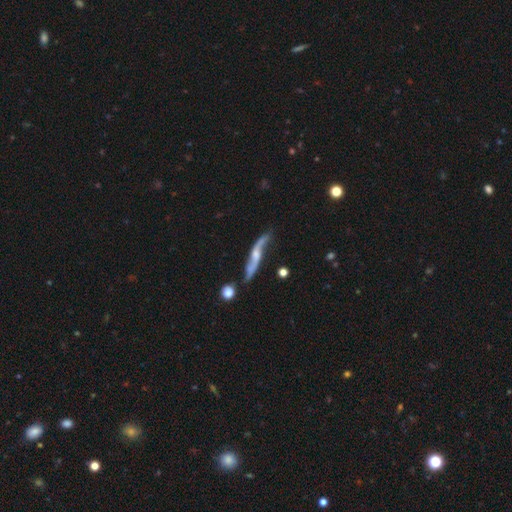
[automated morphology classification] Smooth or featured? featured or disk (78%)
Edge-on disk? no (55%)
Merging? none (59%)